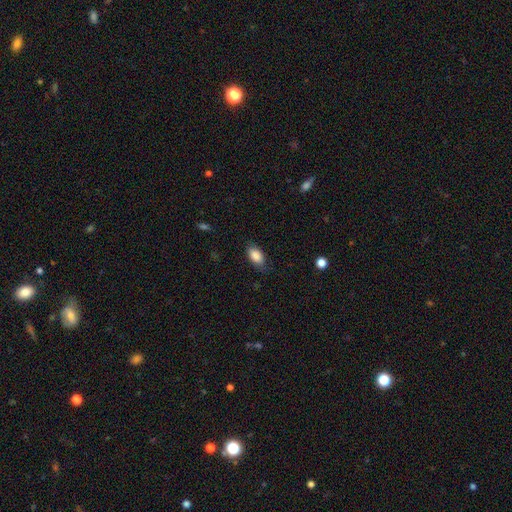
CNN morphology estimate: Q: Smooth or featured?
A: smooth (87%); runner-up: star or artifact (7%)
Q: How rounded?
A: in between (91%); runner-up: round (5%)
Q: Merging?
A: none (78%); runner-up: minor disturbance (17%)